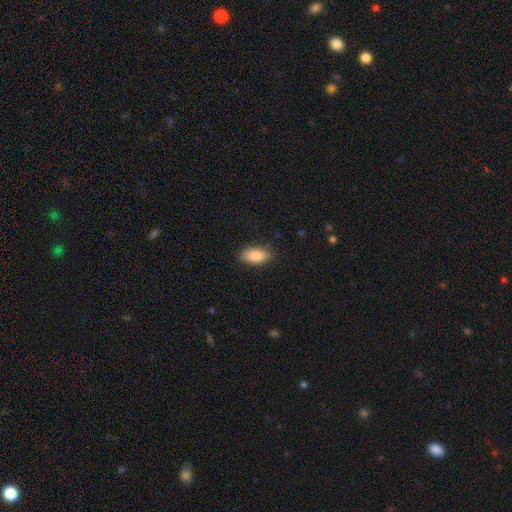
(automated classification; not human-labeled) Smooth or featured? smooth (85%)
How rounded? in between (90%)
Merging? none (85%)